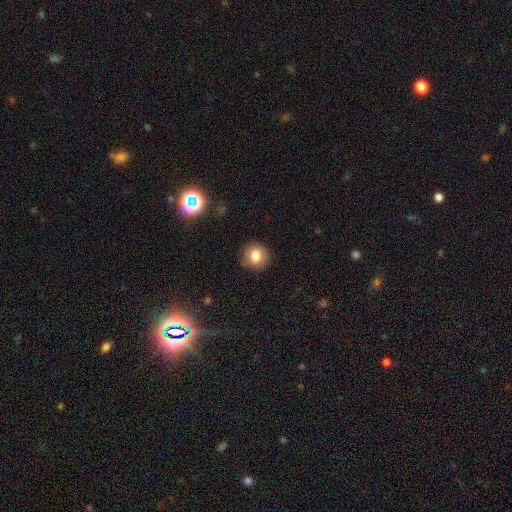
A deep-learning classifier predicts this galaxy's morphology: The model was most divided on "smooth or featured": smooth: 81%, star or artifact: 10%, featured or disk: 9%. More confident: merging — none (89%); how rounded — round (88%).